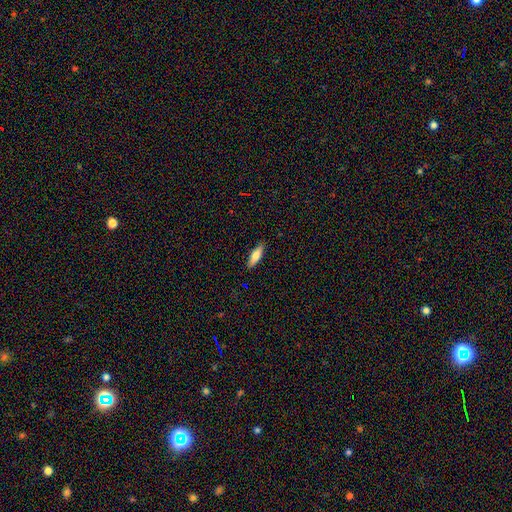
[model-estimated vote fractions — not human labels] Smooth or featured? Predicted: smooth (p=0.70). How rounded? Predicted: cigar-shaped (p=0.55). Merging? Predicted: none (p=0.89).